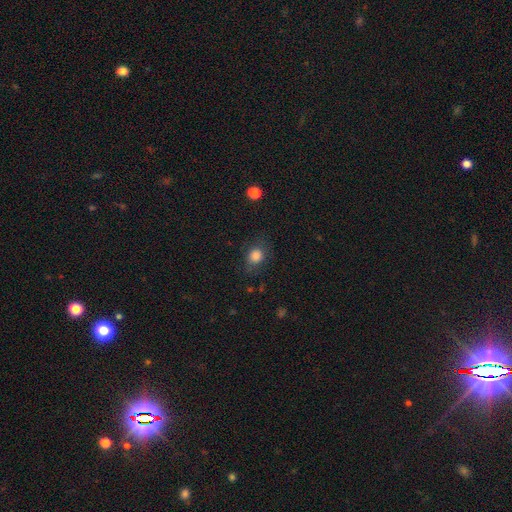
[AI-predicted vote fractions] This appears to be a smooth galaxy with no disk features (84%) that is round (67%). Merging: none (76%).